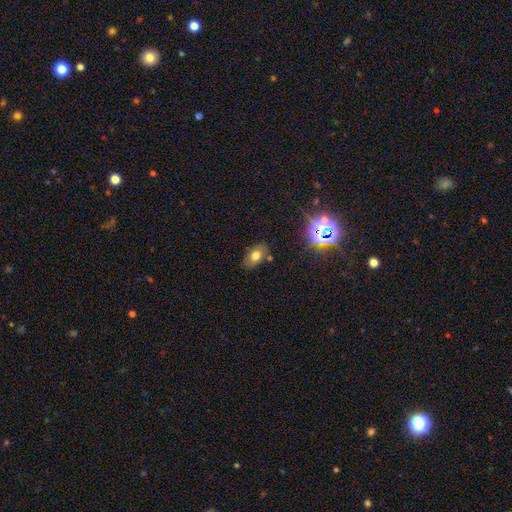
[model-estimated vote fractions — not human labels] smooth_or_featured: smooth (p=0.71) [alt: star or artifact p=0.16]
how_rounded: in between (p=0.84) [alt: round p=0.15]
merging: none (p=0.79) [alt: minor disturbance p=0.14]